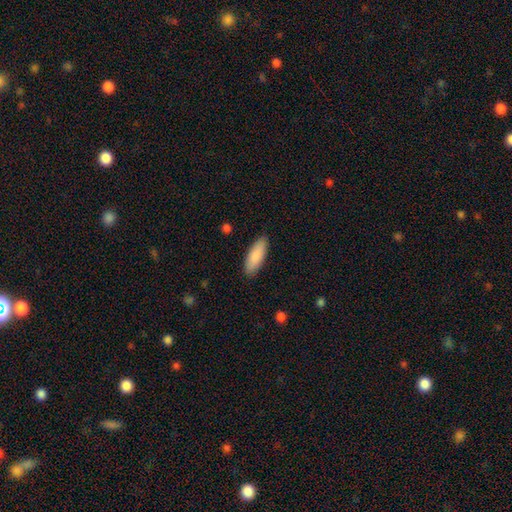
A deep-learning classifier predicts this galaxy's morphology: smooth_or_featured: smooth (p=0.88) [alt: featured or disk p=0.07]
how_rounded: in between (p=0.65) [alt: cigar-shaped p=0.33]
merging: none (p=0.88) [alt: minor disturbance p=0.09]